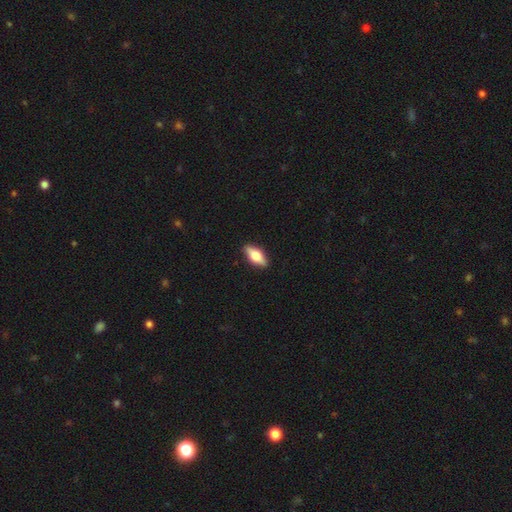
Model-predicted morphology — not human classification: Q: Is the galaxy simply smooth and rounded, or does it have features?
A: smooth — 55%.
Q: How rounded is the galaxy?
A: in between — 73%.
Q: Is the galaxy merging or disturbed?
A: none — 88%.